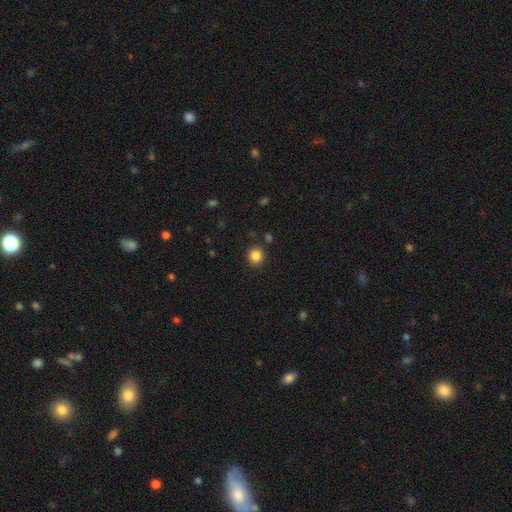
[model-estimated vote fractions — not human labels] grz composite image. It shows a smooth galaxy with no disk features (85%) that is round (90%). Merging: none (89%).